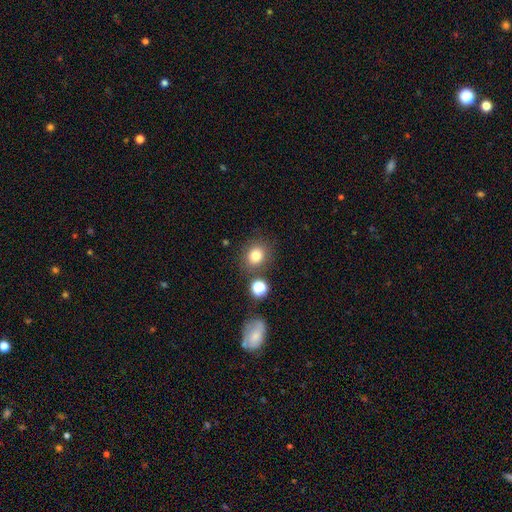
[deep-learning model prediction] A smooth galaxy with no disk features (79%) that is round (75%).

Vote fractions:
- Smooth or featured? smooth: 79% / star or artifact: 13% / featured or disk: 7%
- How rounded? round: 75% / in between: 24% / cigar-shaped: 1%
- Merging? none: 78% / minor disturbance: 11% / merger: 7% / major disturbance: 4%